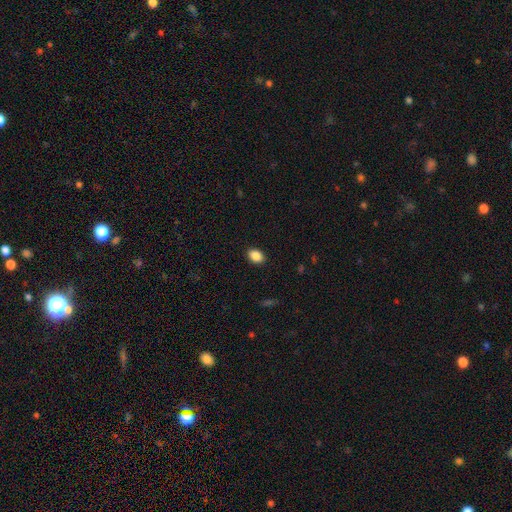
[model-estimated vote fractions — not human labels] Q: Smooth or featured?
A: smooth (88%); runner-up: star or artifact (8%)
Q: How rounded?
A: in between (80%); runner-up: round (19%)
Q: Merging?
A: none (90%); runner-up: minor disturbance (7%)